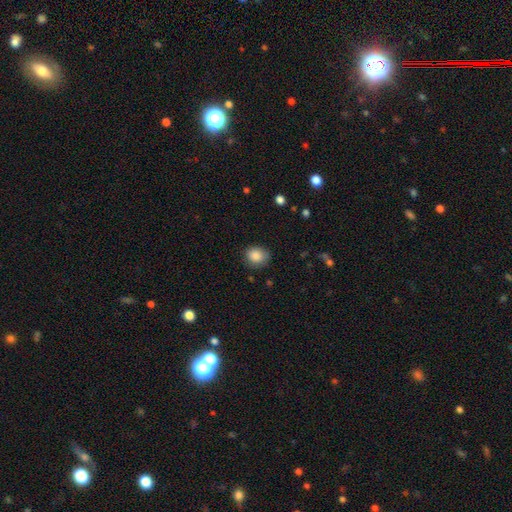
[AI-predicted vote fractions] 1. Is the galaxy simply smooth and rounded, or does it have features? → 87% smooth, 8% star or artifact, 5% featured or disk.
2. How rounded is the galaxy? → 65% round, 34% in between, 1% cigar-shaped.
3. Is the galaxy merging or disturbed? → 78% none, 17% minor disturbance, 4% major disturbance, 1% merger.